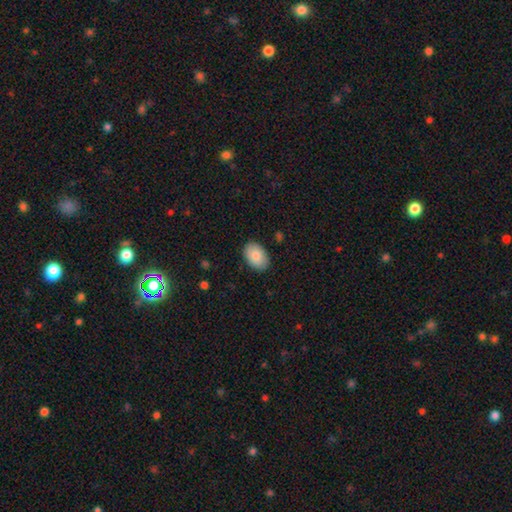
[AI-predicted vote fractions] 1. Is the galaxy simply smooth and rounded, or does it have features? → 85% smooth, 9% featured or disk, 6% star or artifact.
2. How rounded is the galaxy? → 87% in between, 12% round, 1% cigar-shaped.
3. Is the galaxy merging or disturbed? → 88% none, 9% minor disturbance, 2% major disturbance, 1% merger.